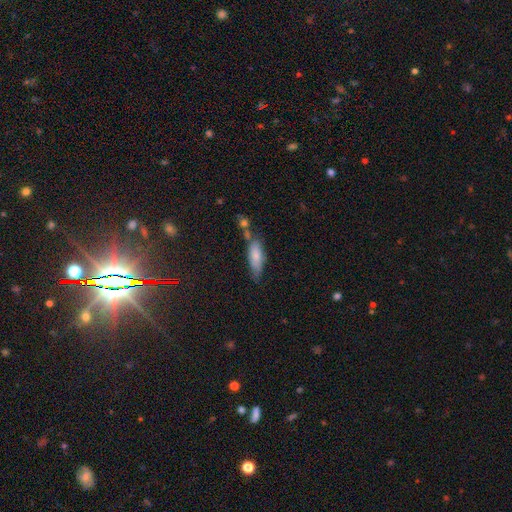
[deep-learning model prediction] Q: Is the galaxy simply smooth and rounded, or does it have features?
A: smooth — 76%.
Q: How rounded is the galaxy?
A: in between — 61%.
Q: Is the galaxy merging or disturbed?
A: none — 55%.